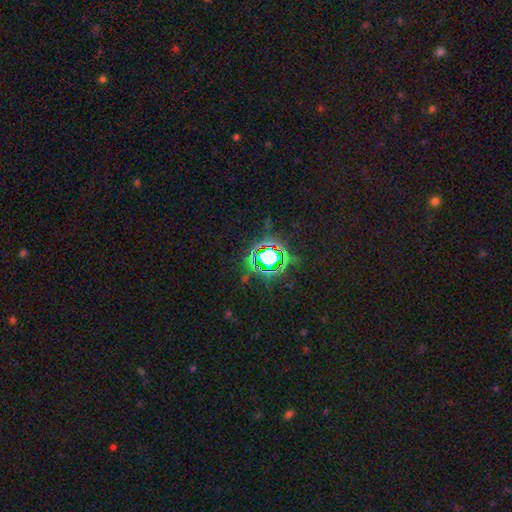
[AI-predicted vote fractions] Smooth or featured? star or artifact (80%)